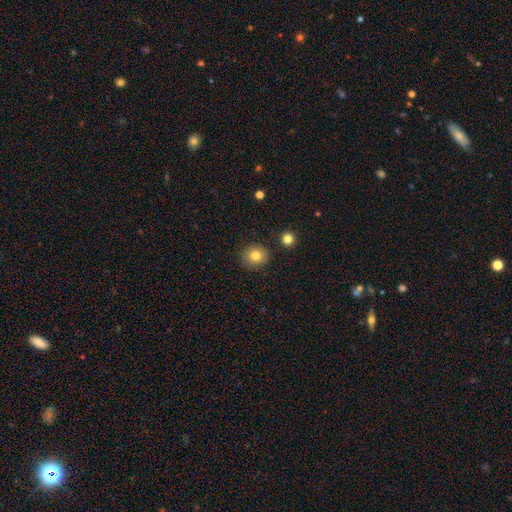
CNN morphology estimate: The model was most divided on "smooth or featured": smooth: 81%, star or artifact: 10%, featured or disk: 9%. More confident: merging — none (88%); how rounded — round (88%).